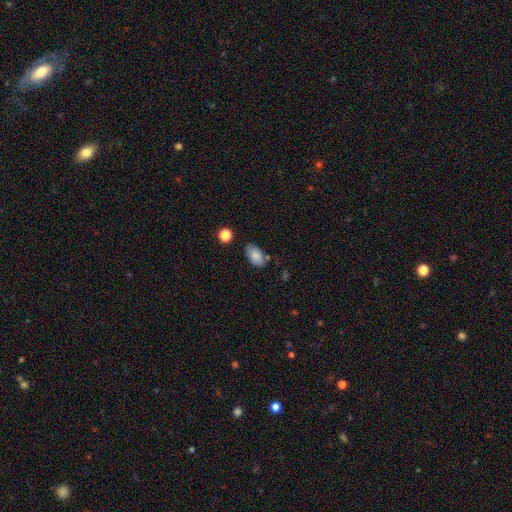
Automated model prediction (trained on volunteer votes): This is clearly a smooth galaxy (83%). How rounded: clearly in between (93%). Merging: likely none (77%).